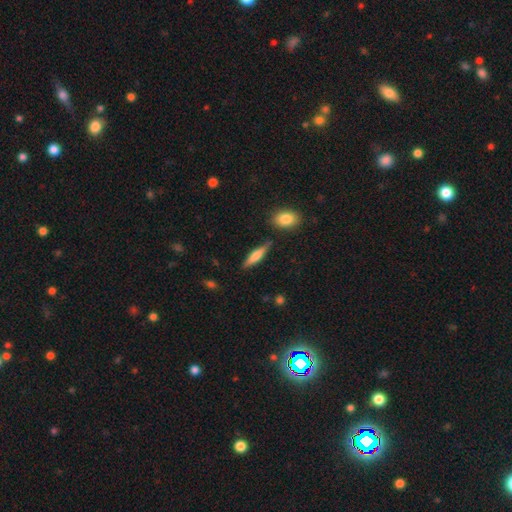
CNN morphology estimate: This is likely a smooth galaxy (61%). How rounded: likely cigar-shaped (76%). Merging: clearly none (83%).